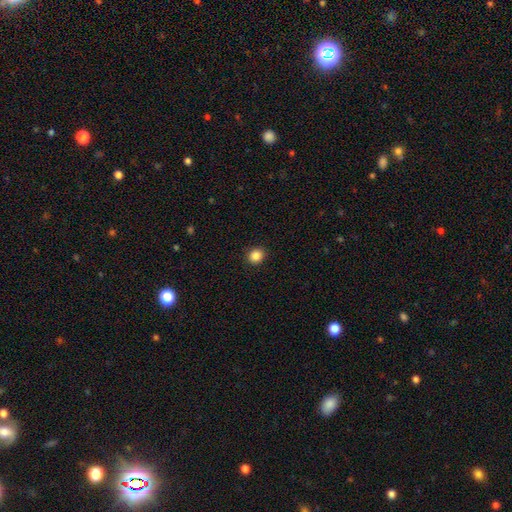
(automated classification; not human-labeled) Smooth or featured? smooth (86%)
How rounded? round (86%)
Merging? none (92%)